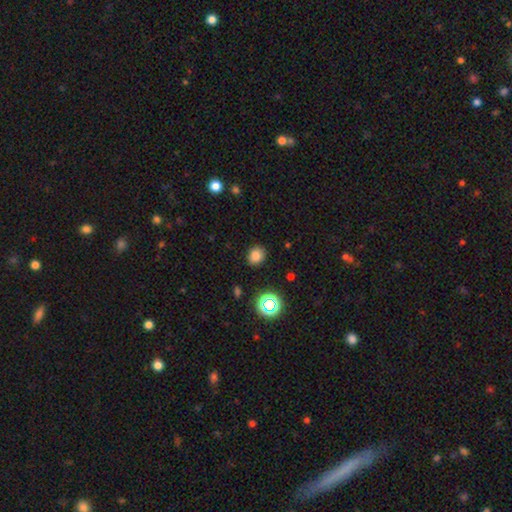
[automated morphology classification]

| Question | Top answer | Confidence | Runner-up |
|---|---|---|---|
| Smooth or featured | smooth | 78% | star or artifact (16%) |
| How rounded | round | 64% | in between (35%) |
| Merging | none | 86% | minor disturbance (9%) |